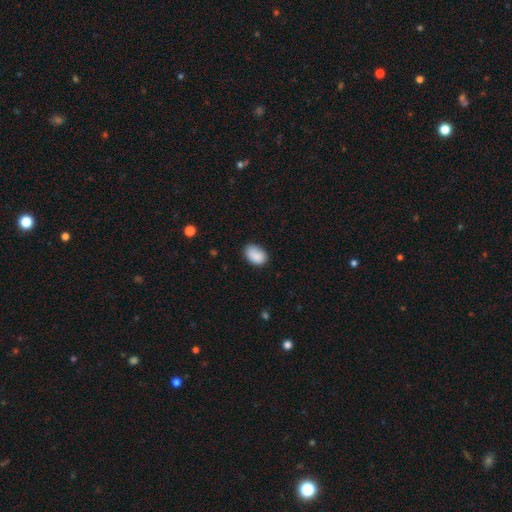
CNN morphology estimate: smooth-or-featured: smooth: 88% | star or artifact: 7% | featured or disk: 4%
  how-rounded: in between: 85% | round: 14% | cigar-shaped: 1%
  merging: none: 73% | minor disturbance: 22% | major disturbance: 4% | merger: 2%